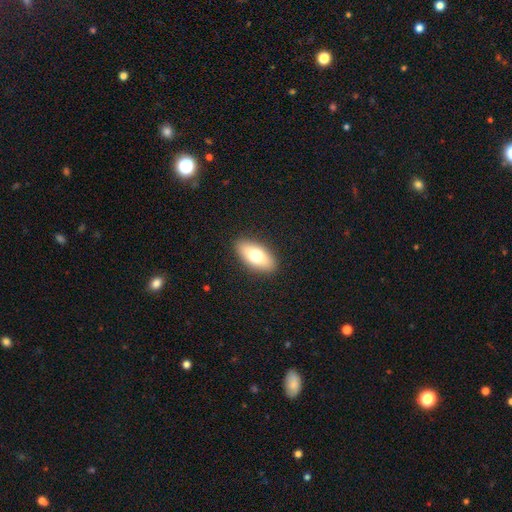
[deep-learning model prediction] Q: Smooth or featured?
A: smooth (72%); runner-up: featured or disk (21%)
Q: How rounded?
A: in between (88%); runner-up: cigar-shaped (9%)
Q: Merging?
A: none (90%); runner-up: minor disturbance (7%)